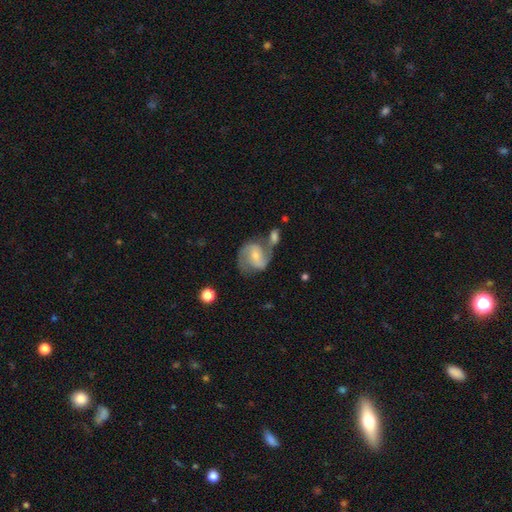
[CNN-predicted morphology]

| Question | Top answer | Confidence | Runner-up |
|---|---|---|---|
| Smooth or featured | featured or disk | 73% | smooth (20%) |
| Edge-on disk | no | 97% | yes (3%) |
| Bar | weak | 44% | no (36%) |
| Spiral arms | yes | 91% | no (9%) |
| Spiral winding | medium | 52% | loose (28%) |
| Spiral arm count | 2 | 87% | can't tell (6%) |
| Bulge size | small | 55% | moderate (39%) |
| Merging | none | 42% | merger (33%) |